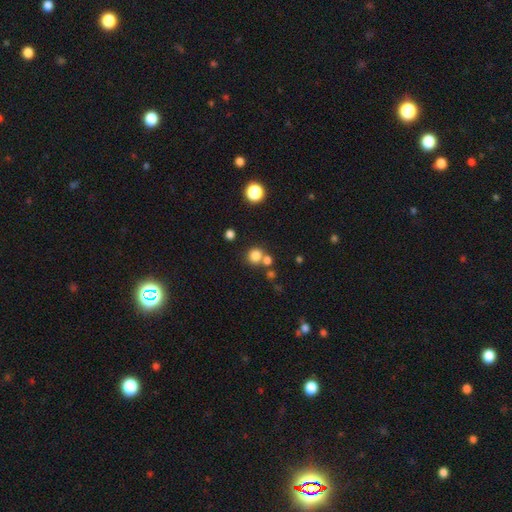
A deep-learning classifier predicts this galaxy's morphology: Smooth or featured? smooth (80%)
How rounded? round (87%)
Merging? none (62%)